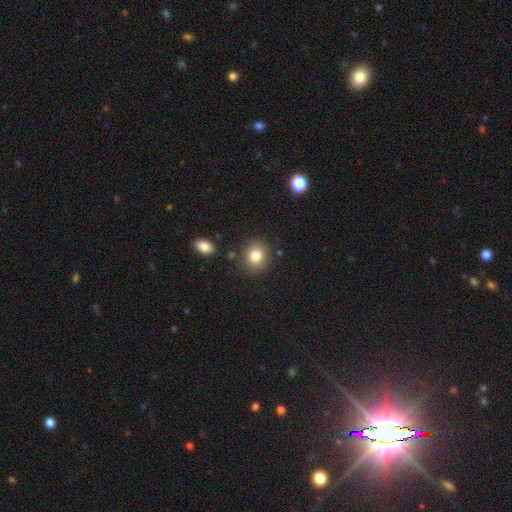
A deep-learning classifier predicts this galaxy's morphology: type=smooth (82%); roundness=round (65%); merging=none (83%).